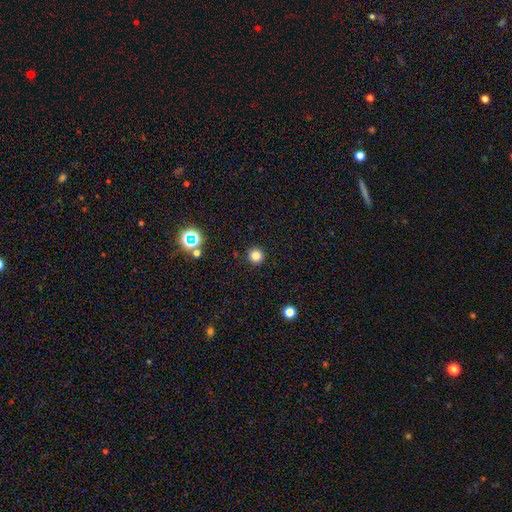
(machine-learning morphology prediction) Smooth or featured?
  - smooth: 82% *
  - star or artifact: 14%
  - featured or disk: 4%
How rounded?
  - round: 95% *
  - in between: 4%
  - cigar-shaped: 1%
Merging?
  - none: 92% *
  - minor disturbance: 5%
  - major disturbance: 2%
  - merger: 1%